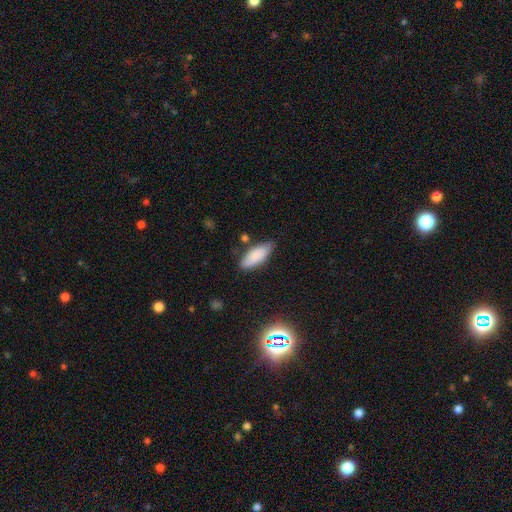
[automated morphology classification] type=smooth (85%); roundness=in between (79%); merging=none (71%).